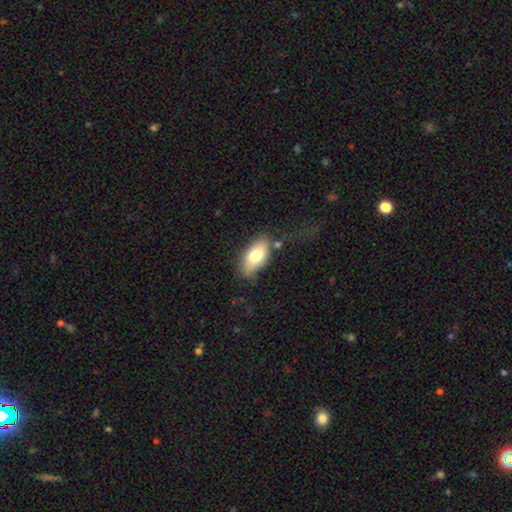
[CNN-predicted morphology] Smooth or featured: smooth — 75% (featured or disk — 19%)
How rounded: in between — 91% (cigar-shaped — 5%)
Merging: none — 67% (minor disturbance — 21%)